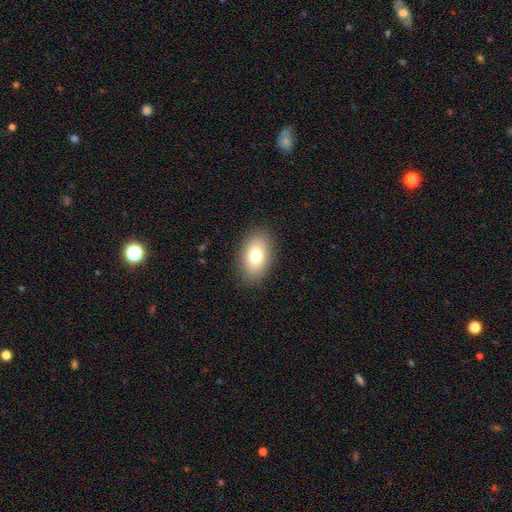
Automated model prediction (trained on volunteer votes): Smooth or featured: smooth — 76% (featured or disk — 15%)
How rounded: in between — 89% (round — 9%)
Merging: none — 87% (minor disturbance — 9%)